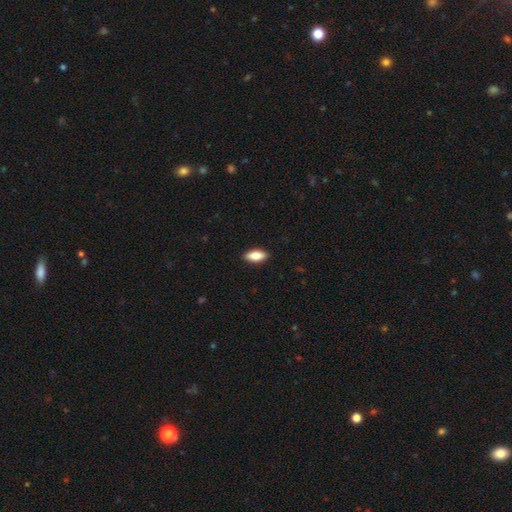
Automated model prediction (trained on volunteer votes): smooth 82%, featured or disk 12%, star or artifact 6%. Down the decision tree: how rounded — in between (85%); merging — none (90%).